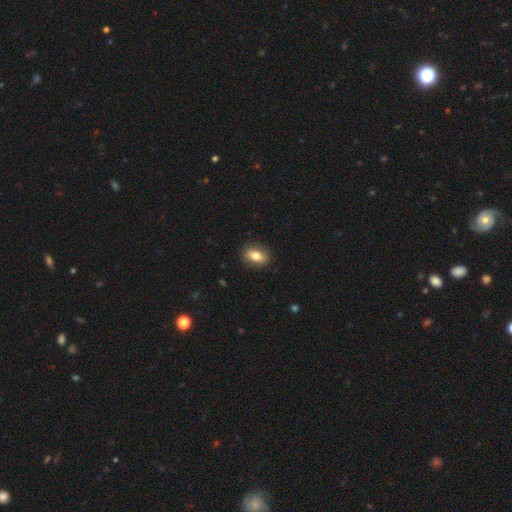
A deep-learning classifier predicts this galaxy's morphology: smooth-or-featured: smooth: 76% | featured or disk: 16% | star or artifact: 8%
  how-rounded: in between: 77% | round: 19% | cigar-shaped: 4%
  merging: none: 88% | minor disturbance: 9% | major disturbance: 2% | merger: 1%